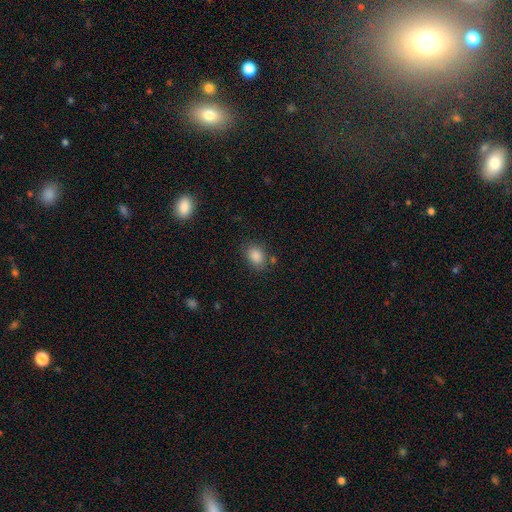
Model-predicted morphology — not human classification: Smooth or featured? smooth (86%)
How rounded? in between (68%)
Merging? none (77%)